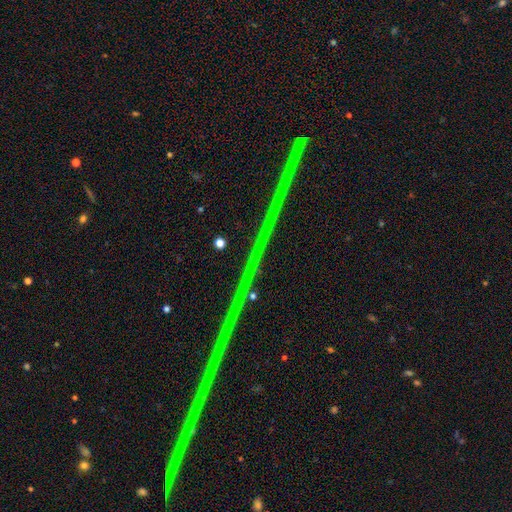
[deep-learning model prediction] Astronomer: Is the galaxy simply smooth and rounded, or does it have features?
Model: star or artifact — 87%.